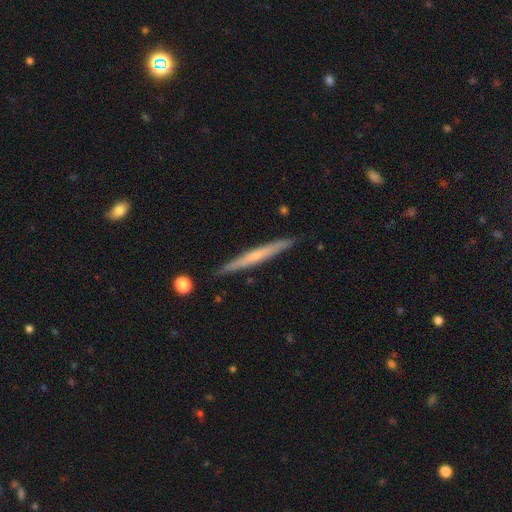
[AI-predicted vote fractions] Overall: featured or disk (54%; smooth 40%). Edge-on disk: yes (97%). Edge-on bulge: none (59%; rounded 36%). Merging: none (89%).